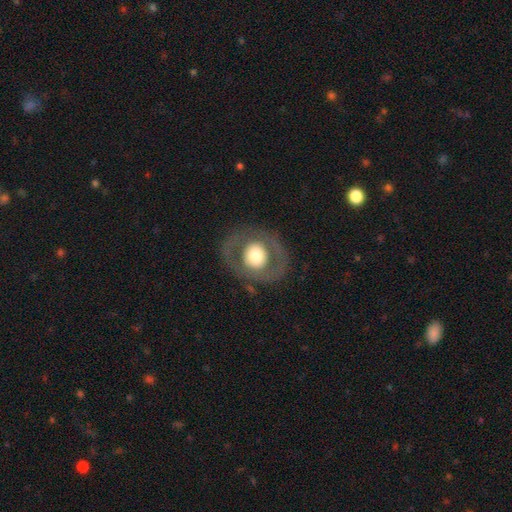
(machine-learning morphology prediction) Smooth or featured? featured or disk (49%)
Merging? none (79%)